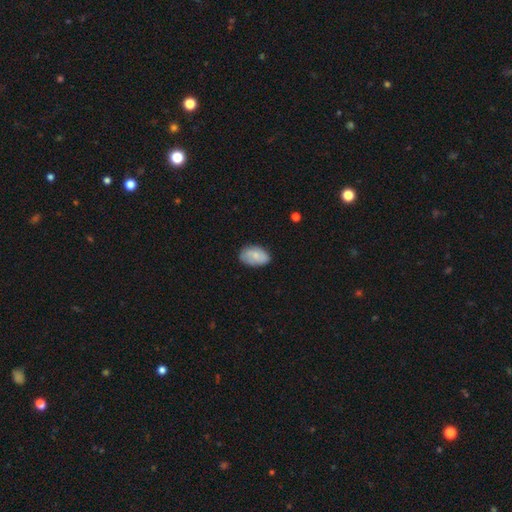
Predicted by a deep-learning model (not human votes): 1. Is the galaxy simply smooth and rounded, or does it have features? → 74% smooth, 20% featured or disk, 7% star or artifact.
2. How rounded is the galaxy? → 91% in between, 8% round, 1% cigar-shaped.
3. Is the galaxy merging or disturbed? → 77% none, 18% minor disturbance, 3% major disturbance, 1% merger.